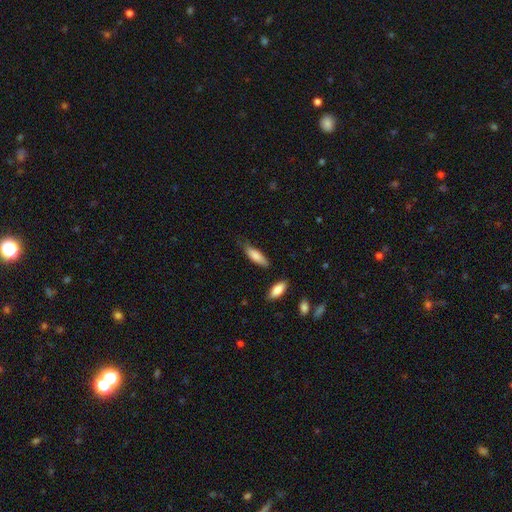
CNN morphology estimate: Smooth or featured: smooth — 83% (featured or disk — 11%)
How rounded: in between — 50% (cigar-shaped — 48%)
Merging: none — 64% (minor disturbance — 28%)